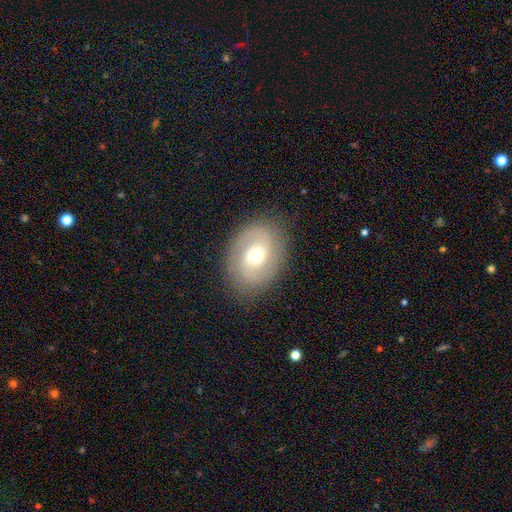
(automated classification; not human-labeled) Smooth or featured?
  - featured or disk: 64% *
  - smooth: 28%
  - star or artifact: 8%
Edge-on disk?
  - no: 95% *
  - yes: 5%
Bar?
  - no: 52% *
  - weak: 37%
  - strong: 11%
Spiral arms?
  - yes: 81% *
  - no: 19%
Bulge size?
  - moderate: 65% *
  - small: 27%
  - large: 6%
  - dominant: 1%
  - none: 1%
Merging?
  - none: 83% *
  - minor disturbance: 12%
  - major disturbance: 5%
  - merger: 1%